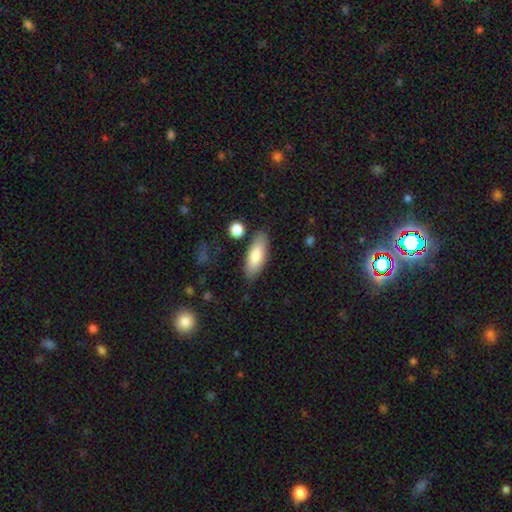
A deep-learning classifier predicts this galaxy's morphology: The model was most divided on "how rounded": in between: 75%, cigar-shaped: 23%, round: 2%. More confident: merging — none (81%); smooth or featured — smooth (80%).